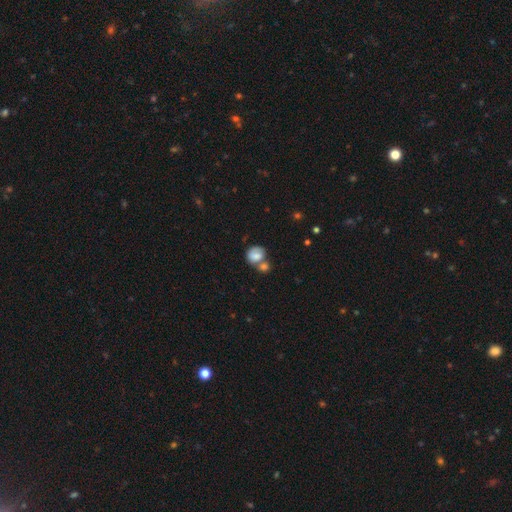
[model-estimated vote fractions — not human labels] Smooth or featured: smooth — 78% (featured or disk — 14%)
How rounded: round — 66% (in between — 33%)
Merging: merger — 51% (none — 32%)